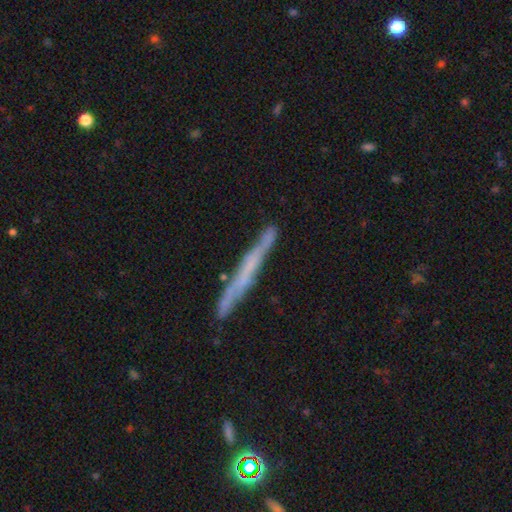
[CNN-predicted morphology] Q: Smooth or featured?
A: featured or disk (57%); runner-up: smooth (37%)
Q: Edge-on disk?
A: yes (92%); runner-up: no (8%)
Q: Edge-on bulge?
A: none (79%); runner-up: rounded (13%)
Q: Merging?
A: none (81%); runner-up: minor disturbance (14%)